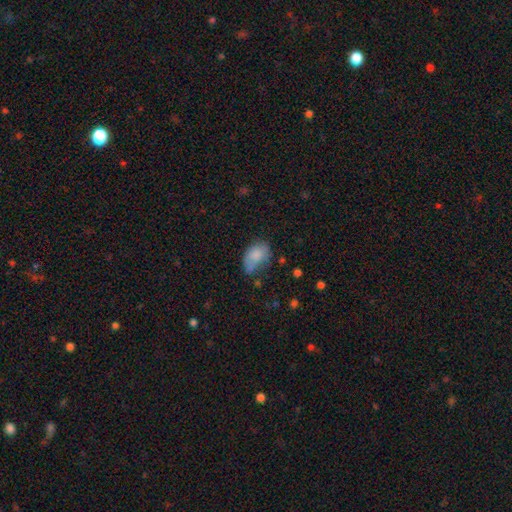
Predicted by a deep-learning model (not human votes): Smooth or featured? smooth (78%)
How rounded? in between (84%)
Merging? none (43%)